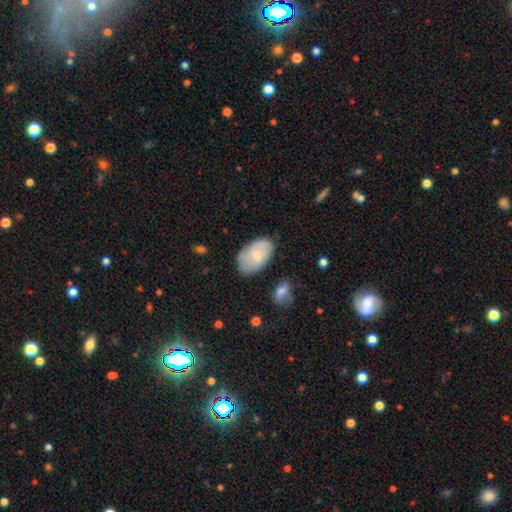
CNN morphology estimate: smooth_or_featured: smooth (p=0.73) [alt: featured or disk p=0.21]
how_rounded: in between (p=0.94) [alt: round p=0.04]
merging: none (p=0.72) [alt: minor disturbance p=0.19]